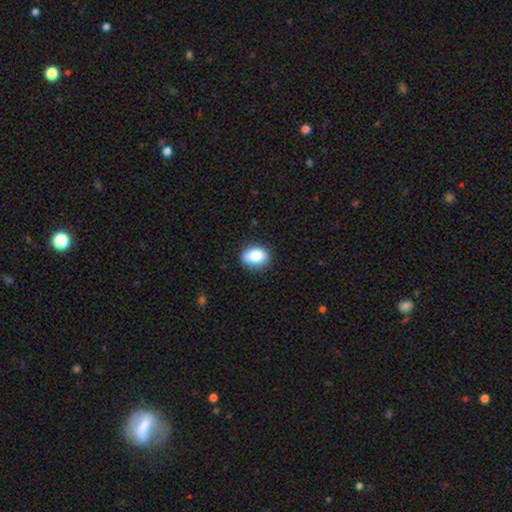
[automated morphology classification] A smooth galaxy with no disk features (84%) that is in between round and cigar-shaped (74%).

Vote fractions:
- Smooth or featured? smooth: 84% / star or artifact: 8% / featured or disk: 8%
- How rounded? in between: 74% / round: 24% / cigar-shaped: 2%
- Merging? none: 78% / minor disturbance: 18% / major disturbance: 3% / merger: 2%